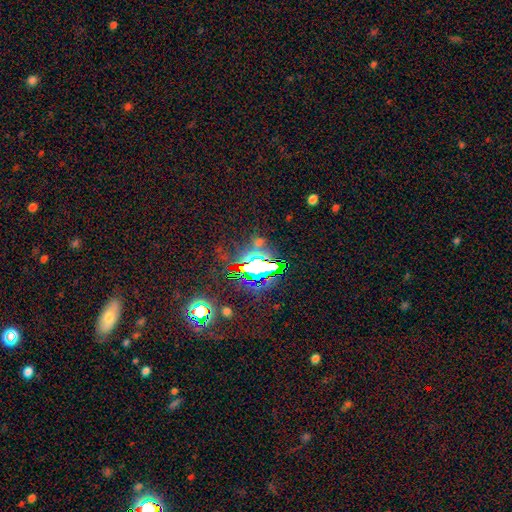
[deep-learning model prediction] Smooth or featured?
  - star or artifact: 82% *
  - smooth: 10%
  - featured or disk: 9%